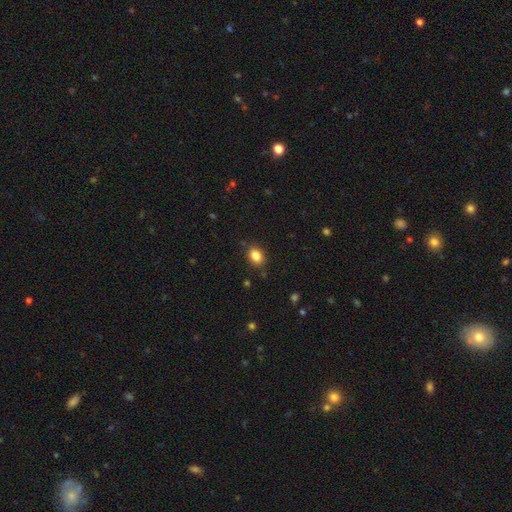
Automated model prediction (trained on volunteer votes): This appears to be a smooth galaxy with no disk features (85%) that is in between round and cigar-shaped (72%). Merging: none (85%).